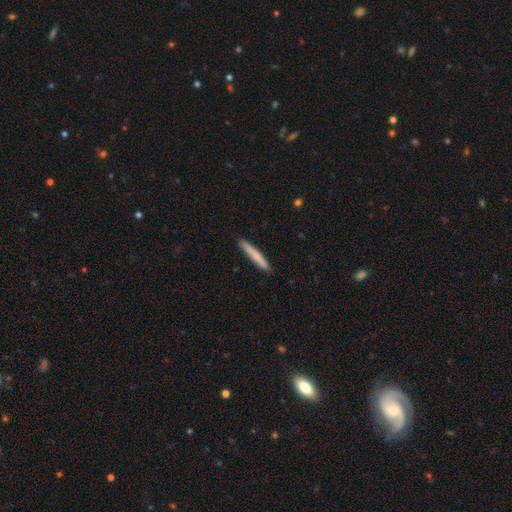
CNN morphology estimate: smooth_or_featured: smooth (p=0.75) [alt: featured or disk p=0.20]
how_rounded: cigar-shaped (p=0.96) [alt: in between p=0.03]
merging: none (p=0.90) [alt: minor disturbance p=0.07]